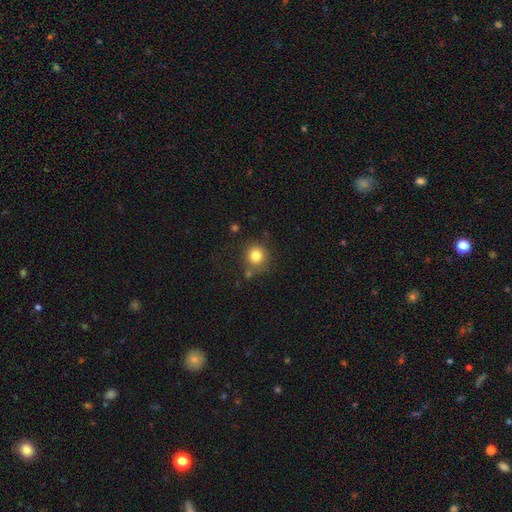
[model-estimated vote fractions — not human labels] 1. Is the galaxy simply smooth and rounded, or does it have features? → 82% smooth, 11% star or artifact, 7% featured or disk.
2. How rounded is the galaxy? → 90% round, 9% in between, 1% cigar-shaped.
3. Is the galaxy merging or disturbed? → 74% none, 14% minor disturbance, 8% merger, 5% major disturbance.